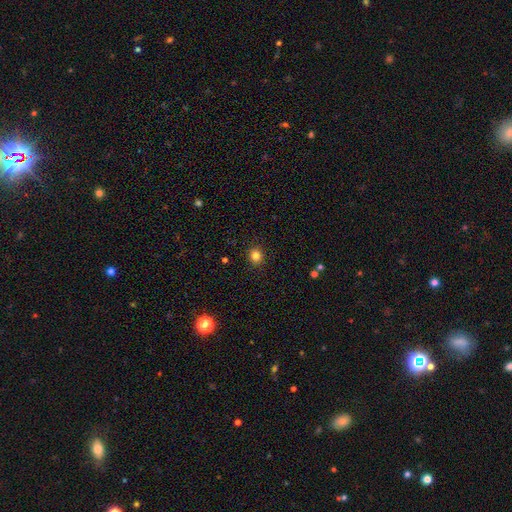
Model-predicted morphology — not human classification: A smooth galaxy with no disk features (83%) that is round (86%). Merging: none (91%).